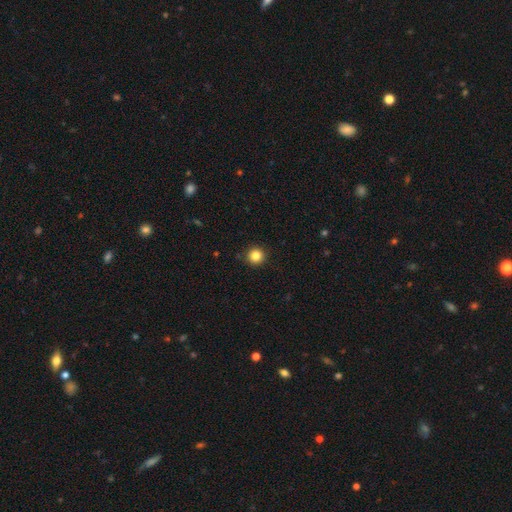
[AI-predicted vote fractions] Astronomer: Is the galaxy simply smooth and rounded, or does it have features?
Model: smooth — 84%.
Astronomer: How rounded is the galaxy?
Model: round — 95%.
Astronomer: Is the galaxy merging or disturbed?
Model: none — 92%.